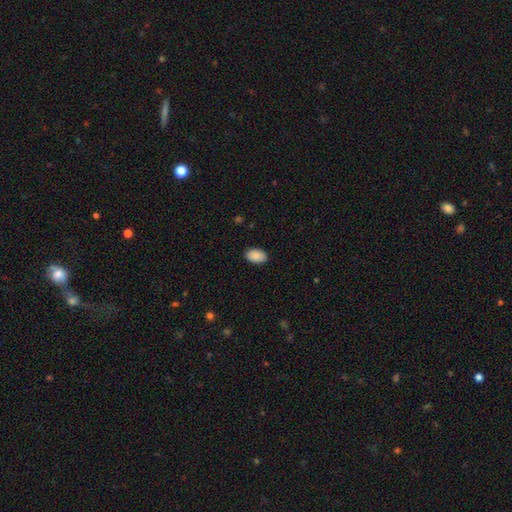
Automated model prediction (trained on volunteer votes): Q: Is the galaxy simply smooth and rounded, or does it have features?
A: smooth — 90%.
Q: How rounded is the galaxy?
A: in between — 92%.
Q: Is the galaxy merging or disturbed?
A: none — 88%.